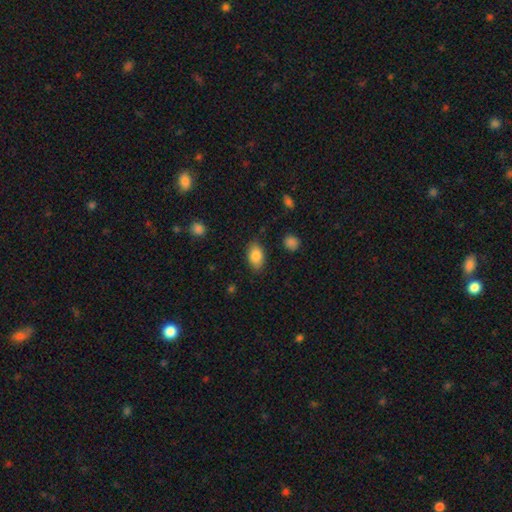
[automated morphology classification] type=smooth (85%); roundness=in between (91%); merging=none (85%).